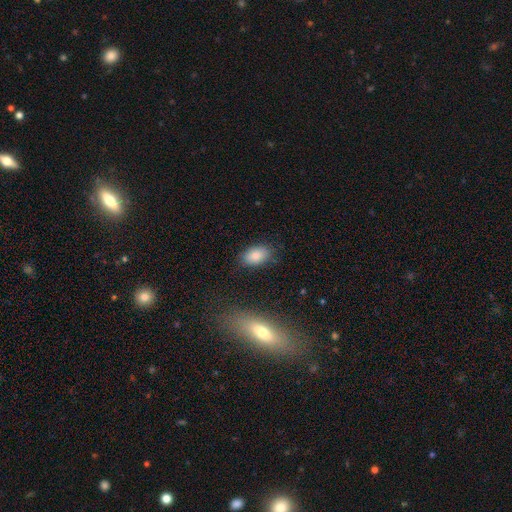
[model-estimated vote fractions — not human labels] smooth 85%, star or artifact 8%, featured or disk 7%. Down the decision tree: how rounded — in between (91%); merging — none (82%).